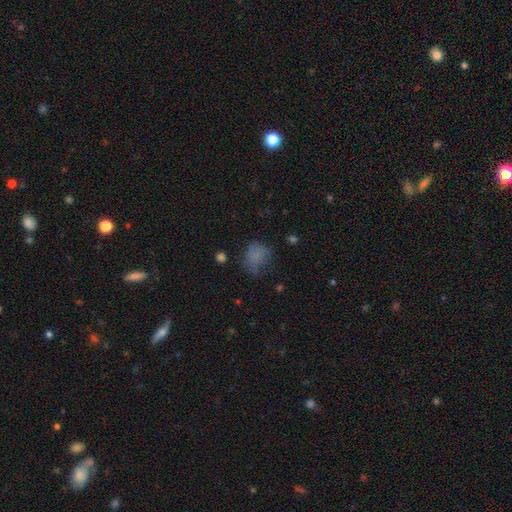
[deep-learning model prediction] Smooth or featured: smooth — 68% (star or artifact — 16%)
How rounded: round — 57% (in between — 42%)
Merging: none — 50% (minor disturbance — 26%)